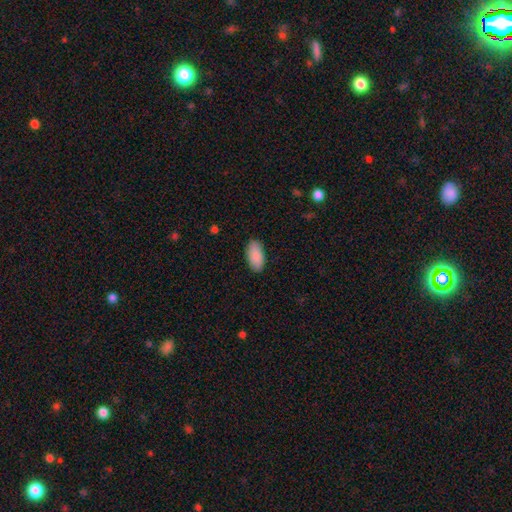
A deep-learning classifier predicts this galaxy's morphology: The model was most divided on "merging": none: 88%, minor disturbance: 9%, major disturbance: 2%, merger: 1%. More confident: how rounded — in between (94%); smooth or featured — smooth (90%).